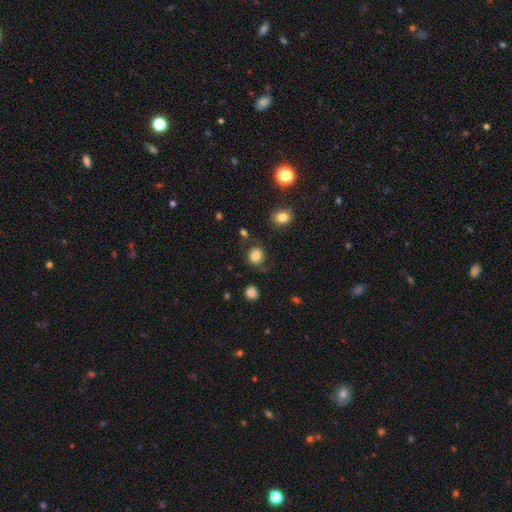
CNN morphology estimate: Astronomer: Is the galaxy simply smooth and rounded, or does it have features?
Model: smooth — 80%.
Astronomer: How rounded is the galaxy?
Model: round — 87%.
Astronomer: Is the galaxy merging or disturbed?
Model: none — 78%.